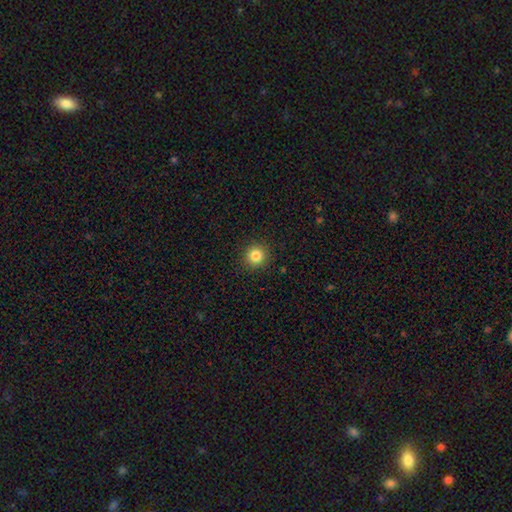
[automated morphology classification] Smooth or featured: smooth — 84% (star or artifact — 11%)
How rounded: round — 94% (in between — 5%)
Merging: none — 92% (minor disturbance — 5%)